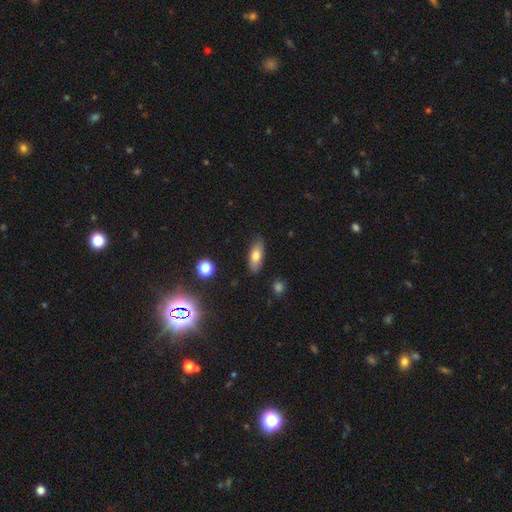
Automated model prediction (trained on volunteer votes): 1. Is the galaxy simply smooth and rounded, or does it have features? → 74% smooth, 18% featured or disk, 8% star or artifact.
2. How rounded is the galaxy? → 75% in between, 21% cigar-shaped, 3% round.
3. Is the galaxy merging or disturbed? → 85% none, 11% minor disturbance, 2% major disturbance, 2% merger.